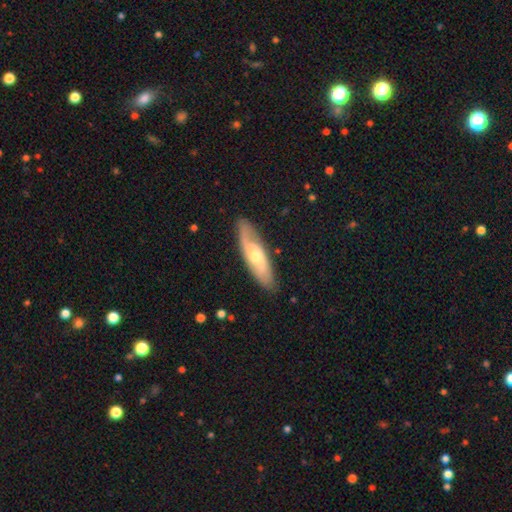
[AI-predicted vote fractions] Smooth or featured? Predicted: featured or disk (p=0.60). Edge-on disk? Predicted: no (p=0.72). Merging? Predicted: none (p=0.81).